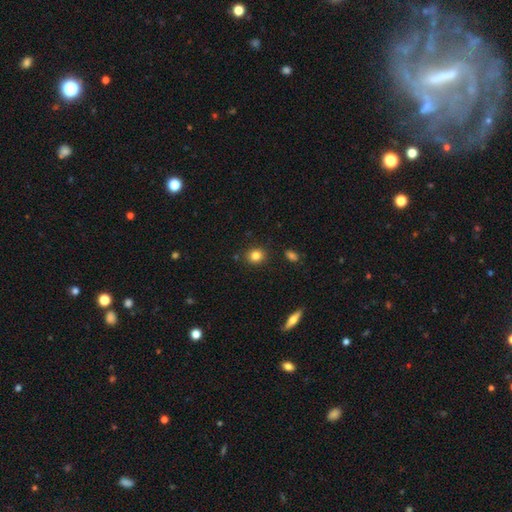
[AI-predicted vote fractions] This is clearly a smooth galaxy (83%). How rounded: likely round (76%). Merging: clearly none (88%).